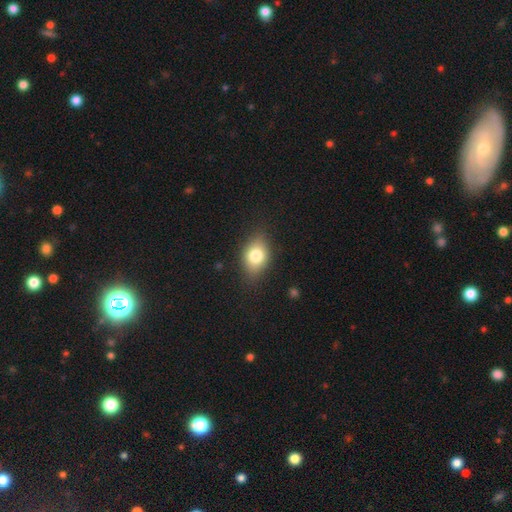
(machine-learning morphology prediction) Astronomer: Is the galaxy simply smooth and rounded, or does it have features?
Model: smooth — 77%.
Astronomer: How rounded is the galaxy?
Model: in between — 74%.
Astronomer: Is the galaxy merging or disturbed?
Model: none — 80%.